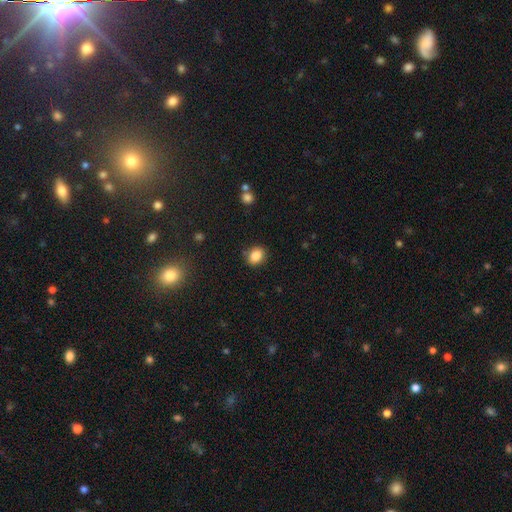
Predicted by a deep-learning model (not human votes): Morphology: type=smooth (85%); roundness=in between (58%); merging=none (85%).